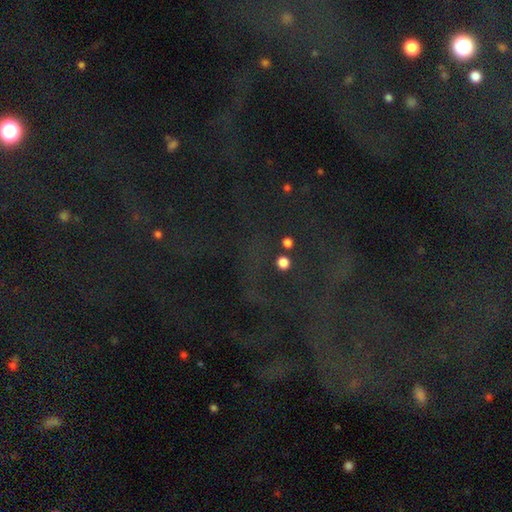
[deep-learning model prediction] The model was most divided on "smooth or featured": star or artifact: 77%, smooth: 13%, featured or disk: 11%.